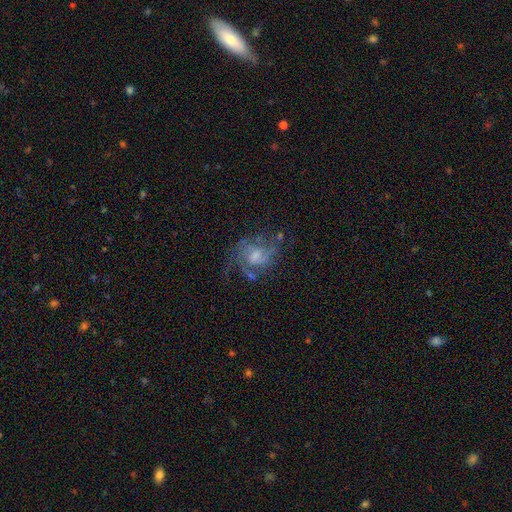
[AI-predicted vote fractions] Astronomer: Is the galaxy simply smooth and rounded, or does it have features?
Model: featured or disk — 77%.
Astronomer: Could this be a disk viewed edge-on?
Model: no — 98%.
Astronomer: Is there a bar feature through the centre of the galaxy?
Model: no — 54% (runner-up: weak, 39%).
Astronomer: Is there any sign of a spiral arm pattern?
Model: yes — 90%.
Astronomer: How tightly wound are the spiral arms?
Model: medium — 48% (runner-up: tight, 30%).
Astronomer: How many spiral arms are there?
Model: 2 — 43% (runner-up: can't tell, 24%).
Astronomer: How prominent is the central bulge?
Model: moderate — 40%, tied with small at 40%.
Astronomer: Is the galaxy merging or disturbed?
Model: none — 57%.